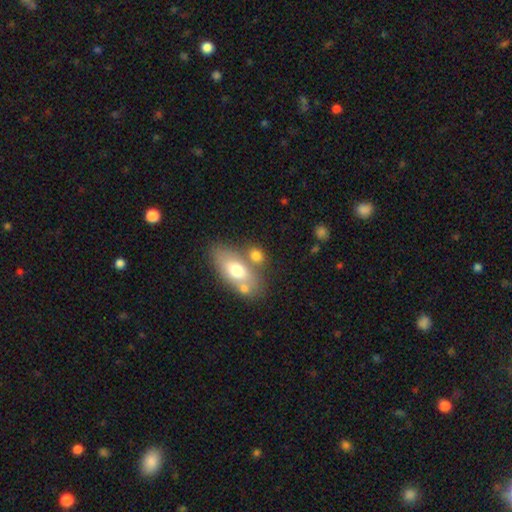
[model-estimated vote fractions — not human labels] This appears to be a smooth galaxy with no disk features (71%) that is in between round and cigar-shaped (73%). Merging: none (47%).